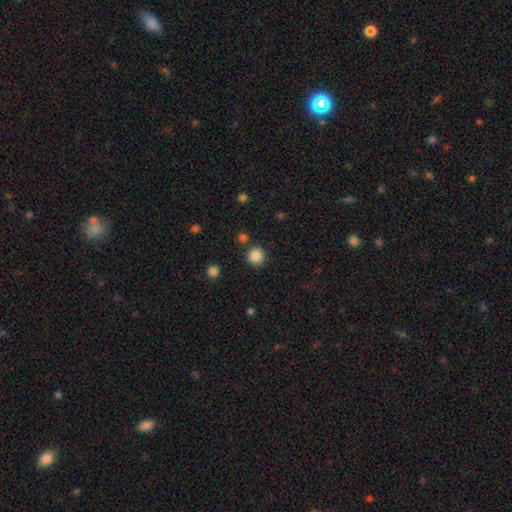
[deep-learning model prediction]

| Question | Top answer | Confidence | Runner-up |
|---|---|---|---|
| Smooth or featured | smooth | 86% | star or artifact (11%) |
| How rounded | round | 94% | in between (5%) |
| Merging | none | 87% | minor disturbance (7%) |